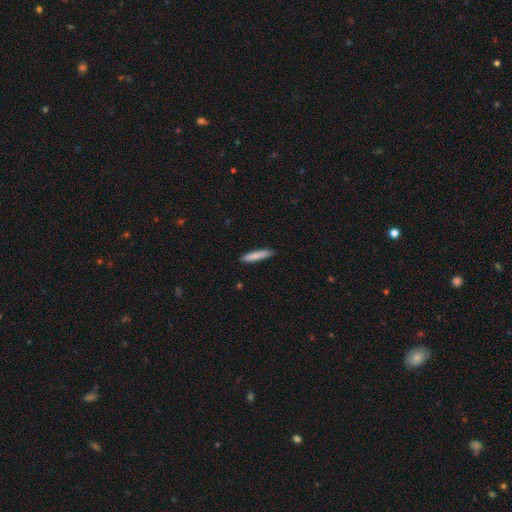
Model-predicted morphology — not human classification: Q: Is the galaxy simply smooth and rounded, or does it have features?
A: smooth — 83%.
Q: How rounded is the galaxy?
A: cigar-shaped — 91%.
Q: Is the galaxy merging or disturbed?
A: none — 89%.